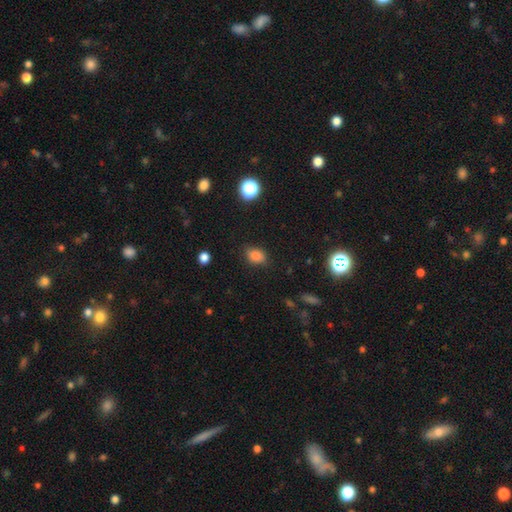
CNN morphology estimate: Smooth or featured? smooth (82%)
How rounded? in between (70%)
Merging? none (79%)